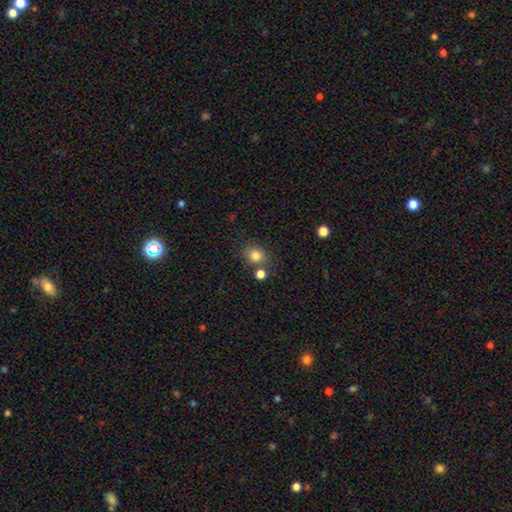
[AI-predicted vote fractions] A smooth galaxy with no disk features (82%) that is round (70%). Merging: none (72%).